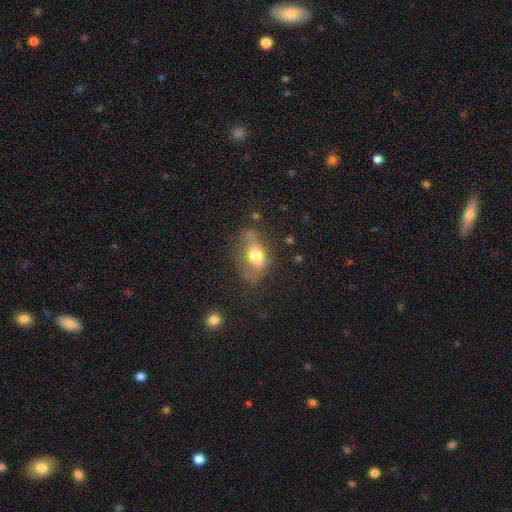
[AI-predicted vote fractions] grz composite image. It shows a smooth galaxy with no disk features (60%) that is in between round and cigar-shaped (80%). Merging: none (39%).